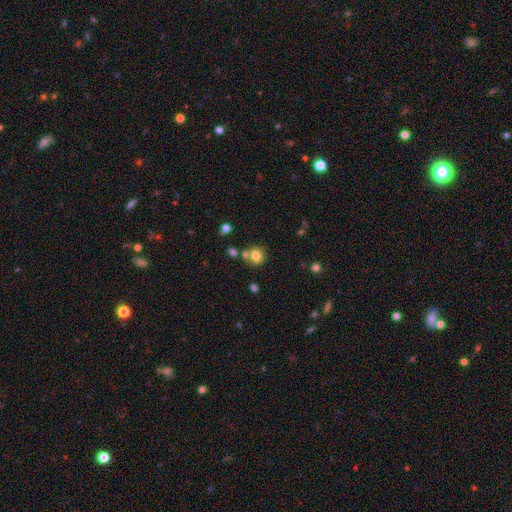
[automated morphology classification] Q: Smooth or featured?
A: smooth (78%); runner-up: star or artifact (12%)
Q: How rounded?
A: round (80%); runner-up: in between (20%)
Q: Merging?
A: none (63%); runner-up: merger (23%)